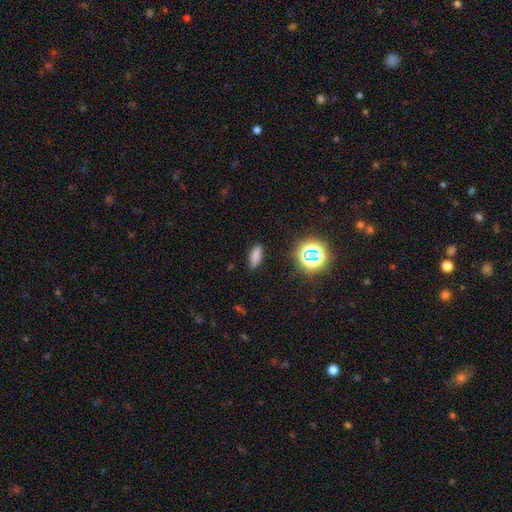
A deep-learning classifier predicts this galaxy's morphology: smooth 76%, star or artifact 18%, featured or disk 7%. Down the decision tree: how rounded — in between (65%); merging — none (85%).